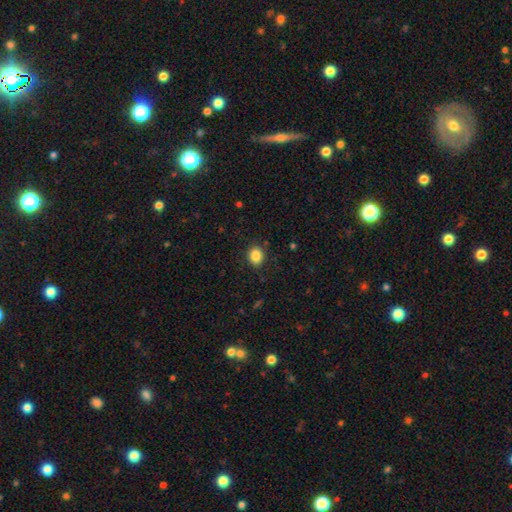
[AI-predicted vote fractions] smooth-or-featured: smooth: 86% | star or artifact: 10% | featured or disk: 4%
  how-rounded: round: 52% | in between: 47% | cigar-shaped: 1%
  merging: none: 87% | minor disturbance: 10% | major disturbance: 3% | merger: 1%